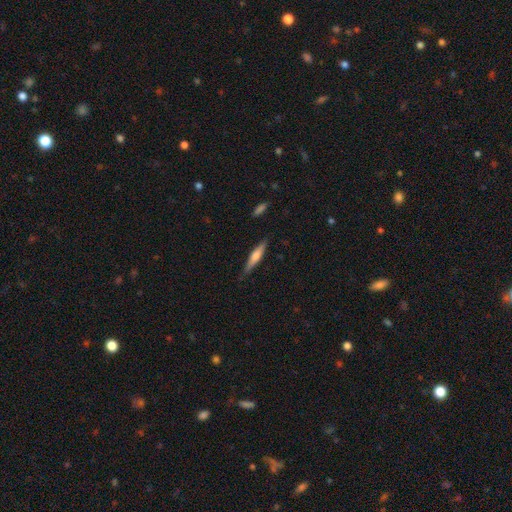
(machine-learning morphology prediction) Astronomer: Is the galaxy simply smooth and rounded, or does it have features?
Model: smooth — 54% (runner-up: featured or disk, 40%).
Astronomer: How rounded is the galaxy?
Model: cigar-shaped — 87%.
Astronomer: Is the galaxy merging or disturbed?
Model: none — 83%.